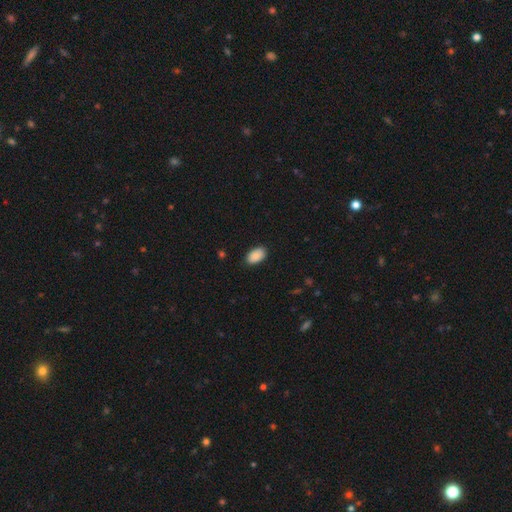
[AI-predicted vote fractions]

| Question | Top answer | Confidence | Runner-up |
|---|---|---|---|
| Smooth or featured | smooth | 90% | star or artifact (7%) |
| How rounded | in between | 94% | round (5%) |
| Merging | none | 86% | minor disturbance (11%) |